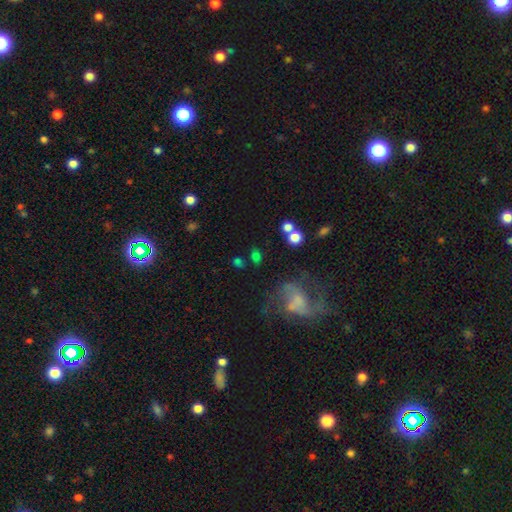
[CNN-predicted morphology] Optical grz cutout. It shows a smooth galaxy with no disk features (64%) that is in between round and cigar-shaped (56%). Merging: none (69%).